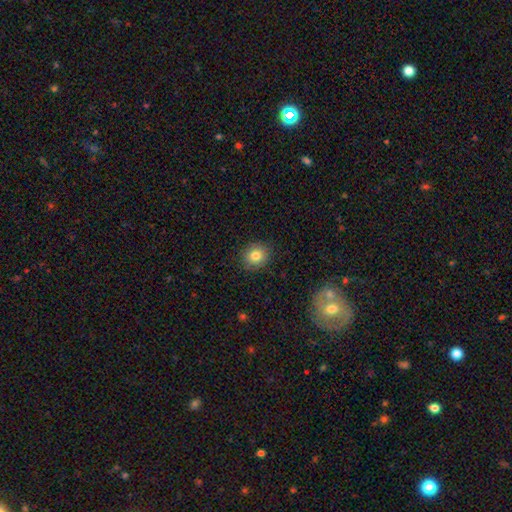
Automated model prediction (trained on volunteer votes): A smooth galaxy with no disk features (82%) that is round (82%).

Vote fractions:
- Smooth or featured? smooth: 82% / star or artifact: 11% / featured or disk: 8%
- How rounded? round: 82% / in between: 17% / cigar-shaped: 1%
- Merging? none: 89% / minor disturbance: 8% / major disturbance: 2% / merger: 1%